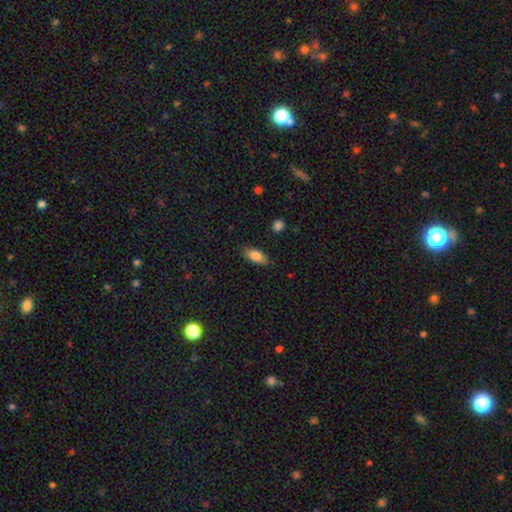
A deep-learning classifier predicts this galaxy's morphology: type=smooth (82%); roundness=in between (84%); merging=none (81%).